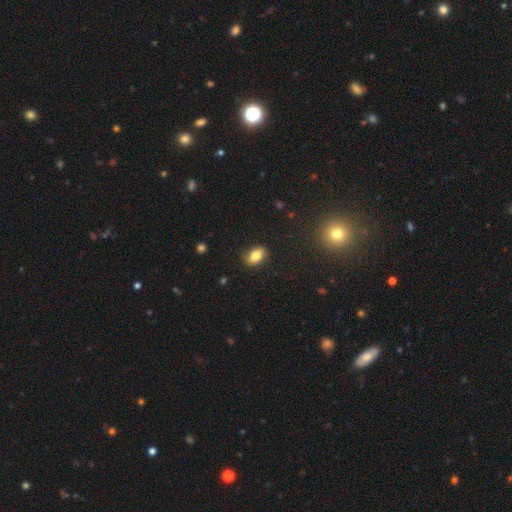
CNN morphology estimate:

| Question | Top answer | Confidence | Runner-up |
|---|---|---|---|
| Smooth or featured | smooth | 82% | star or artifact (9%) |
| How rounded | in between | 86% | round (12%) |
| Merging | none | 85% | minor disturbance (11%) |